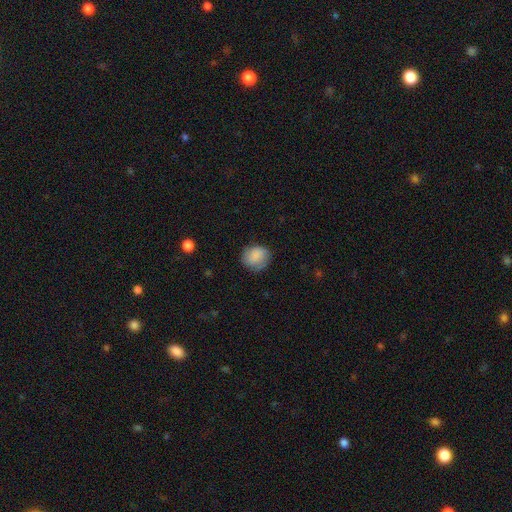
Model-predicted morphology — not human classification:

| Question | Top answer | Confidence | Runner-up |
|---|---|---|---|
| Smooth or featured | smooth | 83% | featured or disk (9%) |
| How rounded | round | 76% | in between (23%) |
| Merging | none | 73% | minor disturbance (20%) |